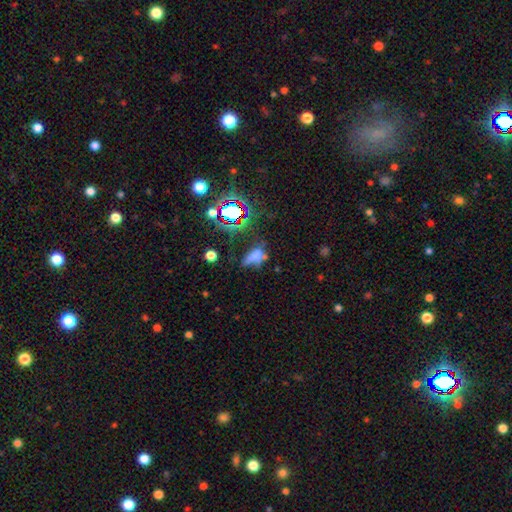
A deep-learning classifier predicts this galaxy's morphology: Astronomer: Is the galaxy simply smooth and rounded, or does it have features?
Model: smooth — 51% (runner-up: star or artifact, 27%).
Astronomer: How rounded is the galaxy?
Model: in between — 70%.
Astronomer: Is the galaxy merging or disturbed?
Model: none — 30%, tied with major disturbance at 30%.